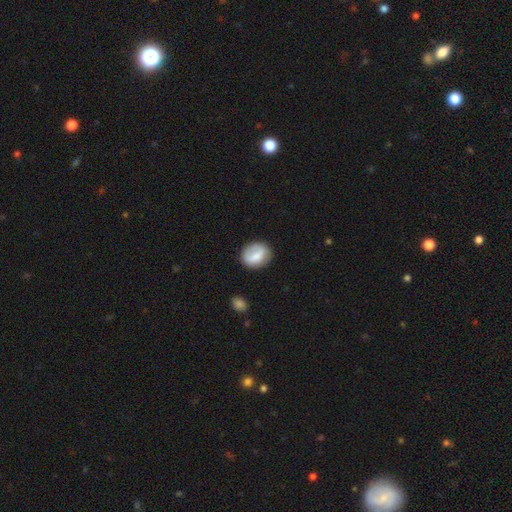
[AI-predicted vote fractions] The model was most divided on "how rounded": round: 55%, in between: 43%, cigar-shaped: 2%. More confident: merging — none (77%); smooth or featured — smooth (70%).